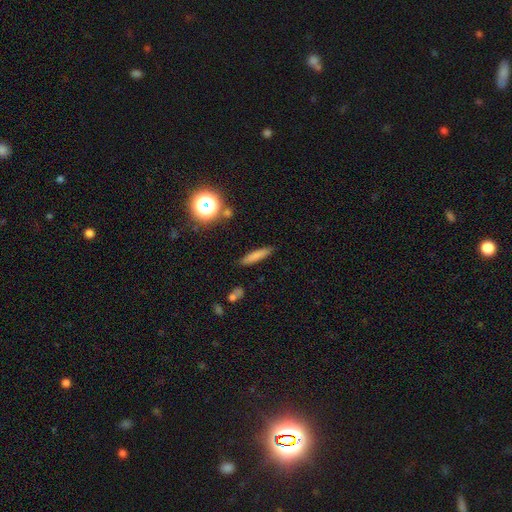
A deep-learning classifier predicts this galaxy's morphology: Smooth or featured?
  - smooth: 77% *
  - featured or disk: 13%
  - star or artifact: 10%
How rounded?
  - cigar-shaped: 84% *
  - in between: 14%
  - round: 2%
Merging?
  - none: 85% *
  - minor disturbance: 10%
  - merger: 3%
  - major disturbance: 3%